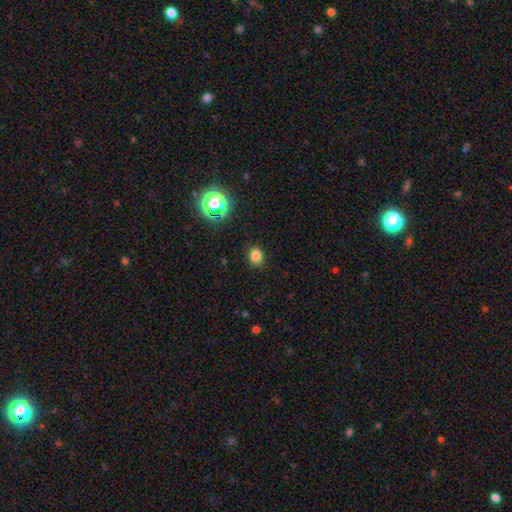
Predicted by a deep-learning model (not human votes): Q: Smooth or featured?
A: smooth (79%); runner-up: star or artifact (16%)
Q: How rounded?
A: round (64%); runner-up: in between (35%)
Q: Merging?
A: none (89%); runner-up: minor disturbance (8%)